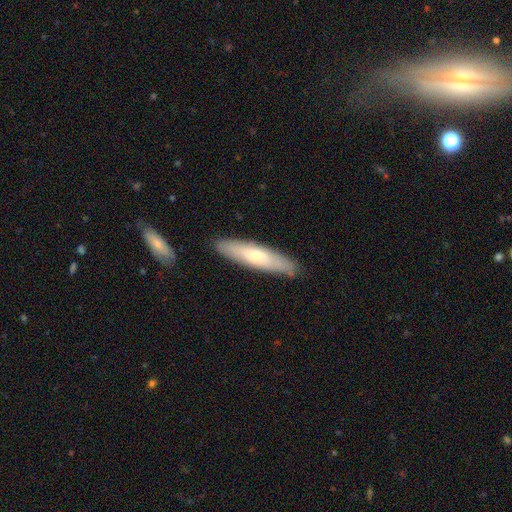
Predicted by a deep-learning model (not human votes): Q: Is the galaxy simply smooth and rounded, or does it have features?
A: smooth — 57%.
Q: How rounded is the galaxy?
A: cigar-shaped — 77%.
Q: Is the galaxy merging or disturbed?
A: none — 85%.